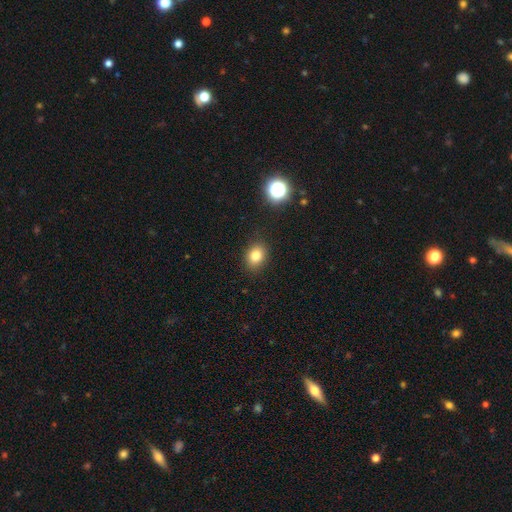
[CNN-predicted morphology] The model was most divided on "how rounded": in between: 53%, round: 46%, cigar-shaped: 1%. More confident: merging — none (87%); smooth or featured — smooth (80%).